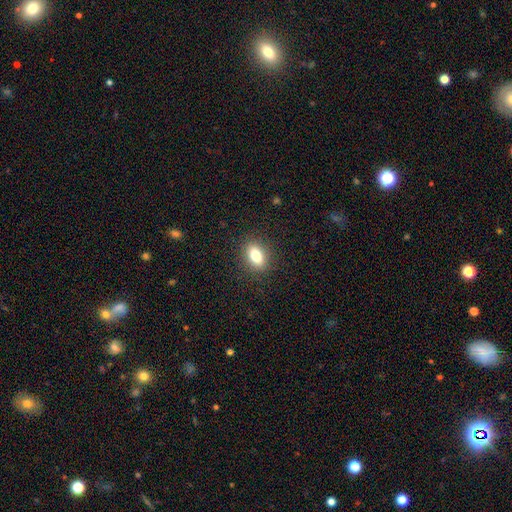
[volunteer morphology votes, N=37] A smooth galaxy with no disk features (84%) that is in between round and cigar-shaped (81%). Merging: none (91%).